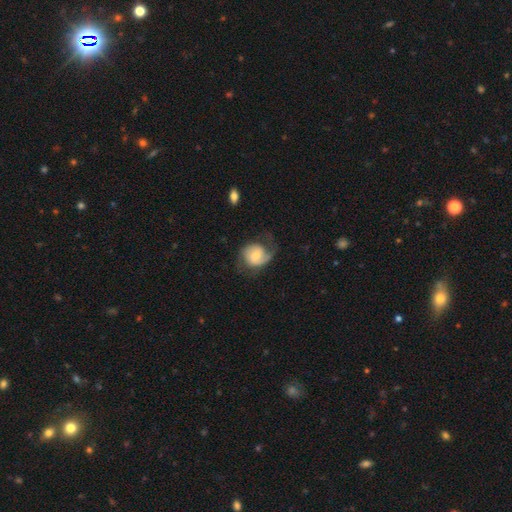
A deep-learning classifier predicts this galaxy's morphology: Q: Smooth or featured?
A: featured or disk (62%); runner-up: smooth (32%)
Q: Edge-on disk?
A: no (97%); runner-up: yes (3%)
Q: Bar?
A: no (51%); runner-up: weak (40%)
Q: Spiral arms?
A: yes (89%); runner-up: no (11%)
Q: Spiral winding?
A: medium (43%); runner-up: loose (30%)
Q: Spiral arm count?
A: 2 (67%); runner-up: 1 (20%)
Q: Bulge size?
A: moderate (53%); runner-up: small (36%)
Q: Merging?
A: none (53%); runner-up: minor disturbance (25%)